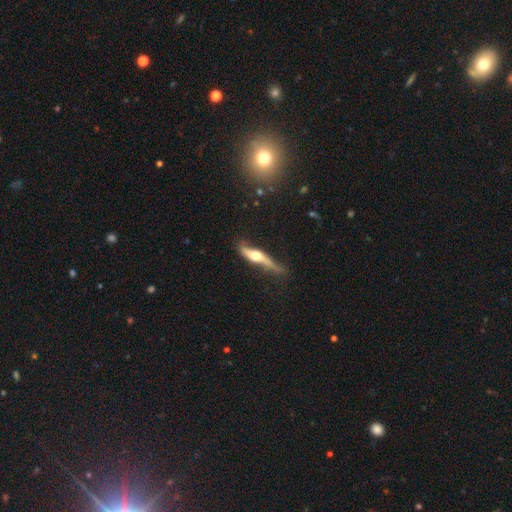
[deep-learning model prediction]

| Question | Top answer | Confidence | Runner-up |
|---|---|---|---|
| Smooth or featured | featured or disk | 70% | smooth (25%) |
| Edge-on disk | yes | 73% | no (27%) |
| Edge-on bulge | rounded | 93% | boxy (4%) |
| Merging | none | 46% | minor disturbance (34%) |